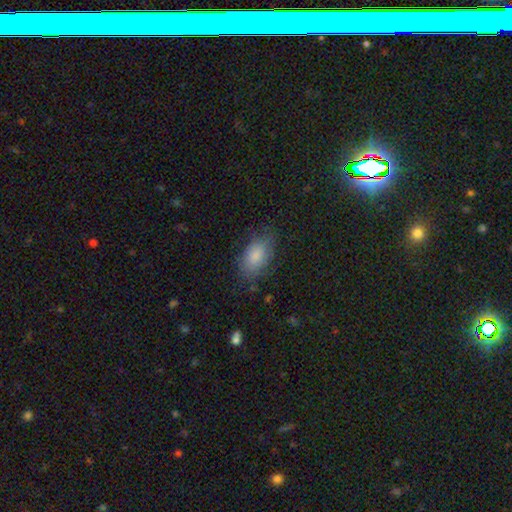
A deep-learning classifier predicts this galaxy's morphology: Smooth or featured? smooth (82%)
How rounded? in between (91%)
Merging? none (70%)